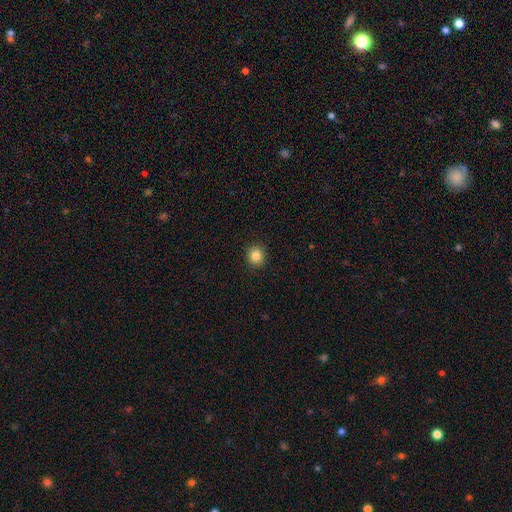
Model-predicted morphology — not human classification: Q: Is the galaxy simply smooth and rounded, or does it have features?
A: smooth — 84%.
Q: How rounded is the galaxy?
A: round — 86%.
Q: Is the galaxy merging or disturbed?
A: none — 92%.